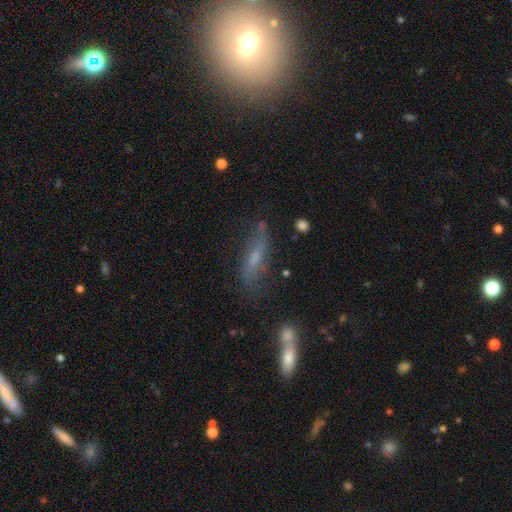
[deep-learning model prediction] Smooth or featured? Predicted: featured or disk (p=0.46). Merging? Predicted: none (p=0.58).